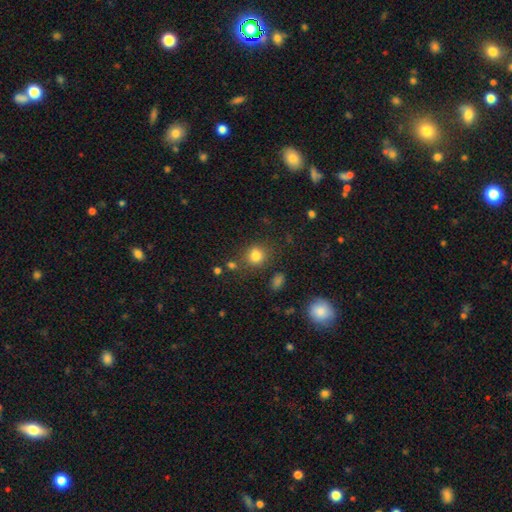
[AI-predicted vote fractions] Overall: smooth (80%). How rounded: round (79%). Merging: none (75%).